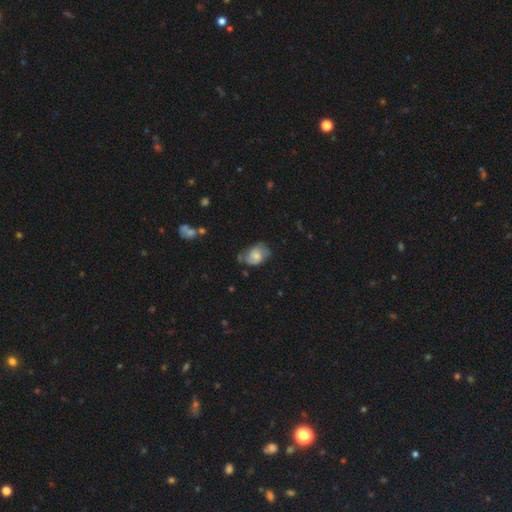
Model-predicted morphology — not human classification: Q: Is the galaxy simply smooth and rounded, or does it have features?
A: smooth — 49%.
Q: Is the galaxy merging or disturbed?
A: none — 50%.